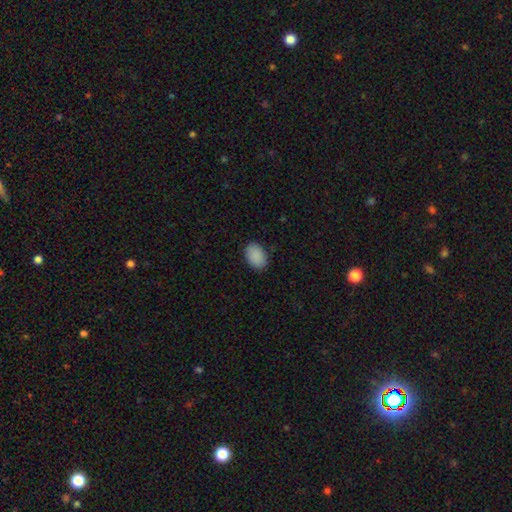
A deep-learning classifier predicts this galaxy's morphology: The model was most divided on "how rounded": in between: 87%, round: 12%, cigar-shaped: 1%. More confident: smooth or featured — smooth (90%); merging — none (87%).